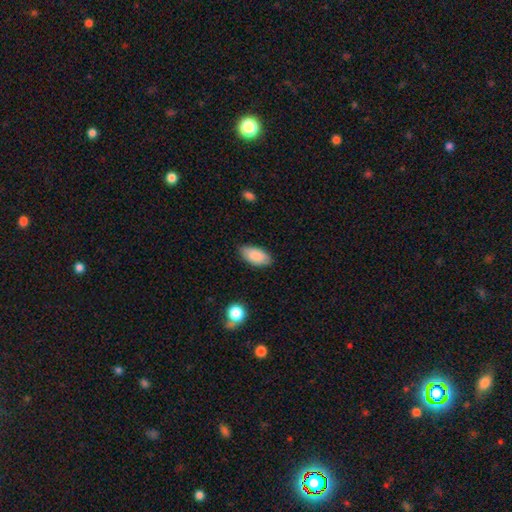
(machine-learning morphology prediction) This appears to be a smooth galaxy with no disk features (86%) that is in between round and cigar-shaped (93%). Merging: none (83%).